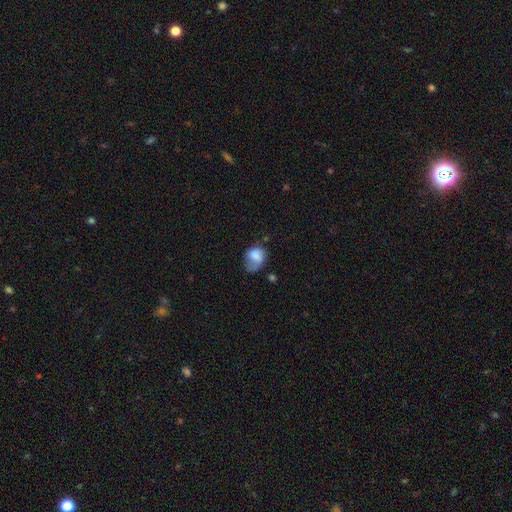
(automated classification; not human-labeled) The model was most divided on "merging": minor disturbance: 34%, major disturbance: 32%, none: 29%, merger: 5%. More confident: smooth or featured — smooth (74%); how rounded — in between (59%).